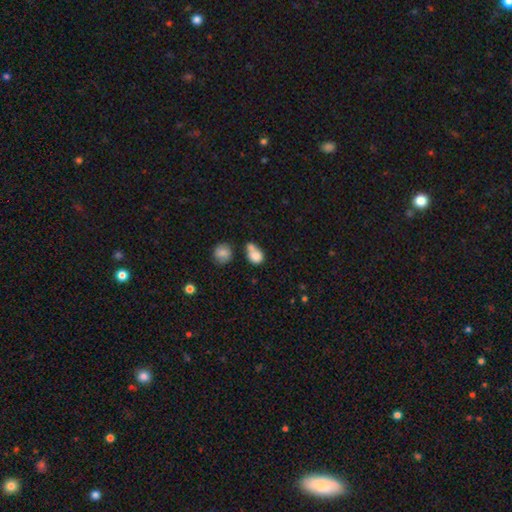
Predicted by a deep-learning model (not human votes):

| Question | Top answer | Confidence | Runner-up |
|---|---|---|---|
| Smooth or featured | smooth | 80% | featured or disk (11%) |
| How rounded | round | 59% | in between (40%) |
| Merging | merger | 51% | none (30%) |